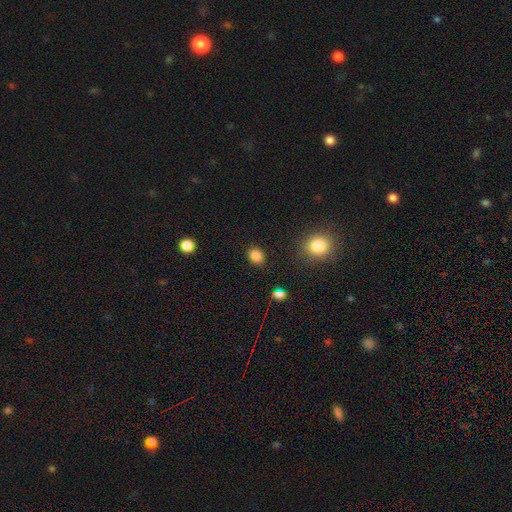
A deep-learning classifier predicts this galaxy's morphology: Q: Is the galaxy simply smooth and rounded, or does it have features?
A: smooth — 85%.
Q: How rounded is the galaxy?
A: round — 60%.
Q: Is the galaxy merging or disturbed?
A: none — 89%.